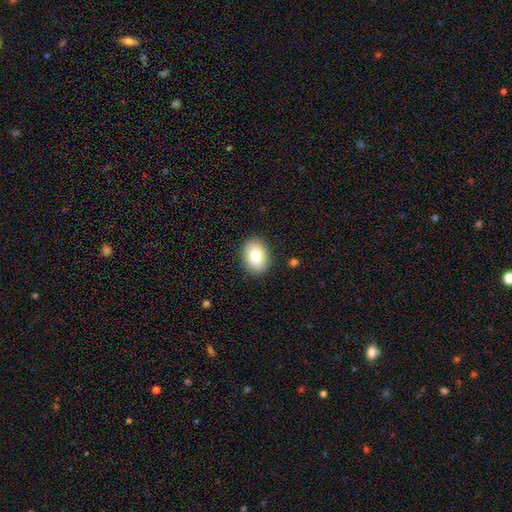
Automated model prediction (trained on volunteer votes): The model was most divided on "how rounded": in between: 70%, round: 29%, cigar-shaped: 1%. More confident: merging — none (88%); smooth or featured — smooth (81%).